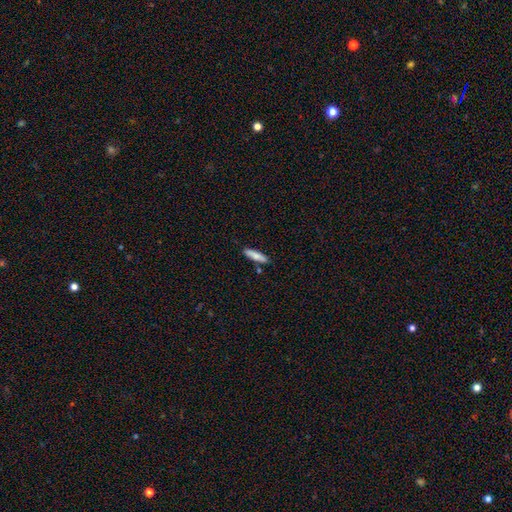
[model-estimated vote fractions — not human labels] A smooth galaxy with no disk features (80%) that is cigar-shaped (75%).

Vote fractions:
- Smooth or featured? smooth: 80% / featured or disk: 14% / star or artifact: 6%
- How rounded? cigar-shaped: 75% / in between: 23% / round: 2%
- Merging? none: 84% / minor disturbance: 10% / merger: 4% / major disturbance: 2%